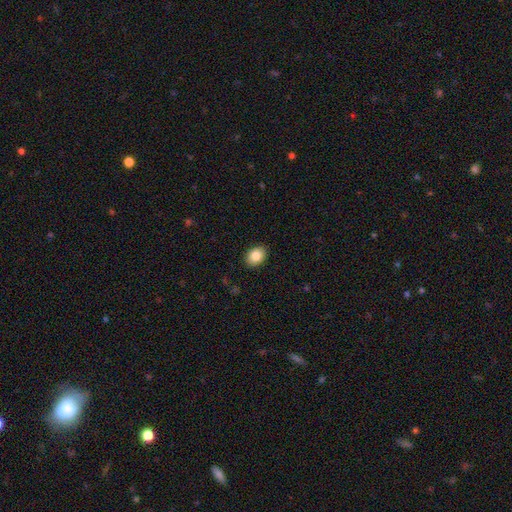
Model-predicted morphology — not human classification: Smooth or featured?
  - smooth: 85% *
  - star or artifact: 8%
  - featured or disk: 7%
How rounded?
  - in between: 66% *
  - round: 33%
  - cigar-shaped: 1%
Merging?
  - none: 90% *
  - minor disturbance: 7%
  - major disturbance: 2%
  - merger: 1%